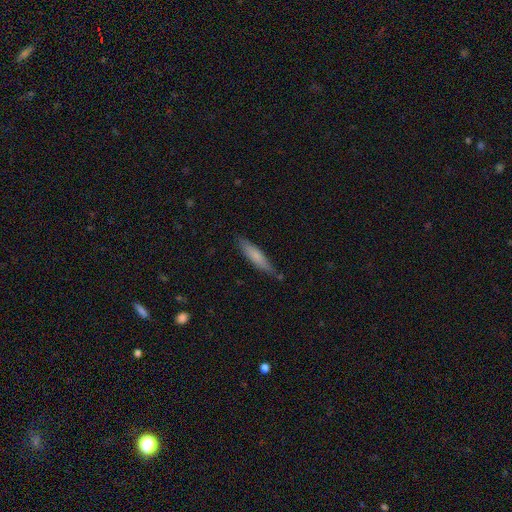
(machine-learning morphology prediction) Q: Smooth or featured?
A: smooth (72%); runner-up: featured or disk (22%)
Q: How rounded?
A: cigar-shaped (83%); runner-up: in between (15%)
Q: Merging?
A: none (80%); runner-up: minor disturbance (15%)